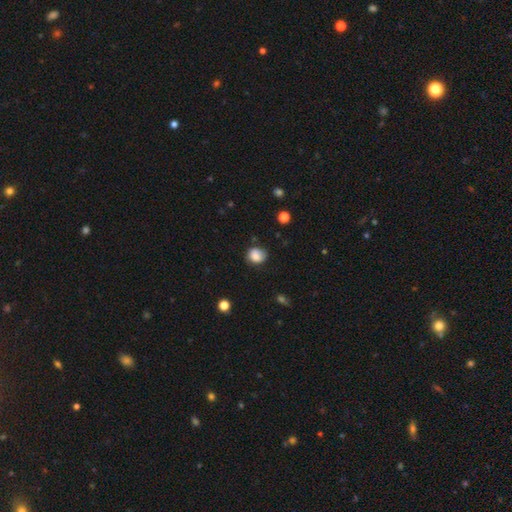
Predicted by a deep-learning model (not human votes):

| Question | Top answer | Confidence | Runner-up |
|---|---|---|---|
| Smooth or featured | smooth | 81% | star or artifact (10%) |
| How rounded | round | 70% | in between (30%) |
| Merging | none | 68% | minor disturbance (23%) |